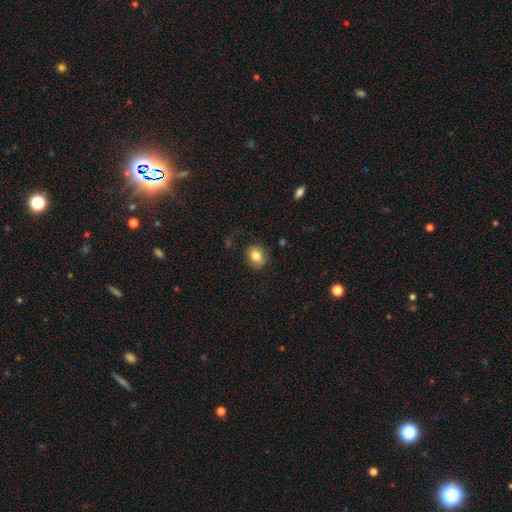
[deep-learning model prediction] Overall: smooth (82%). How rounded: round (76%). Merging: none (85%).